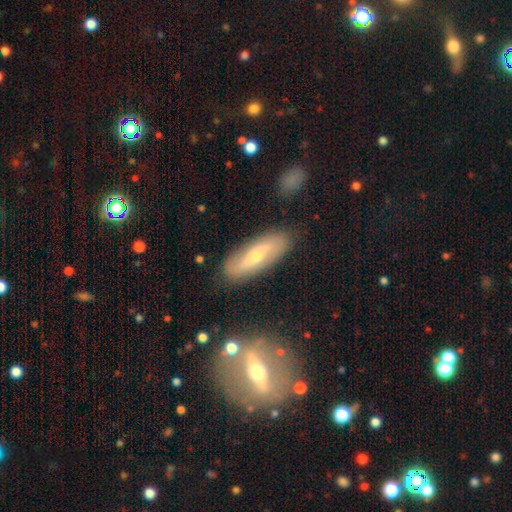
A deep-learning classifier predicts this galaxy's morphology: type=featured or disk (59%); edge-on=no (71%); merging=none (85%).